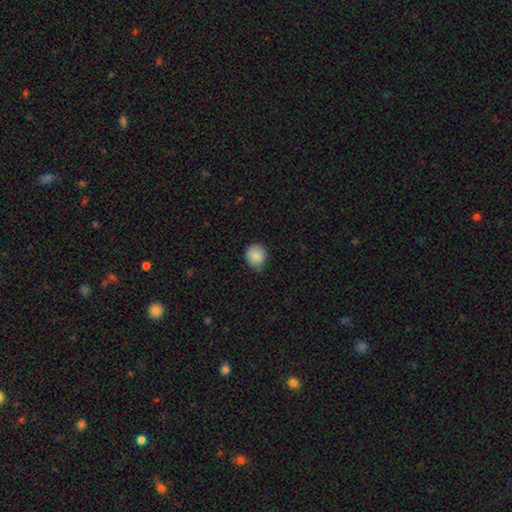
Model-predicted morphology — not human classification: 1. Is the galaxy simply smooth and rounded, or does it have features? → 87% smooth, 8% star or artifact, 5% featured or disk.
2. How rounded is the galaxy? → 76% round, 23% in between, 1% cigar-shaped.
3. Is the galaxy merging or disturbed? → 67% none, 28% minor disturbance, 4% major disturbance, 1% merger.